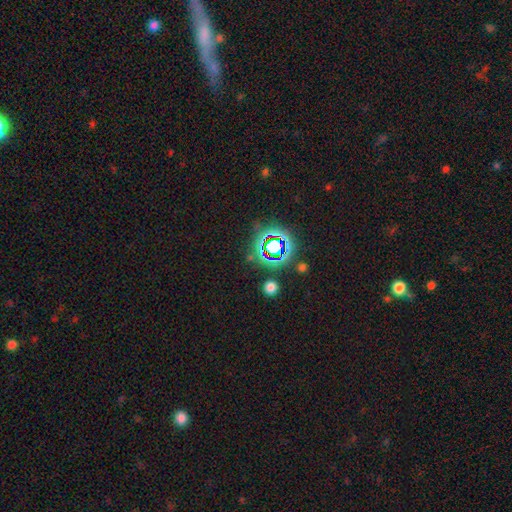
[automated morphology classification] type=star or artifact (66%).